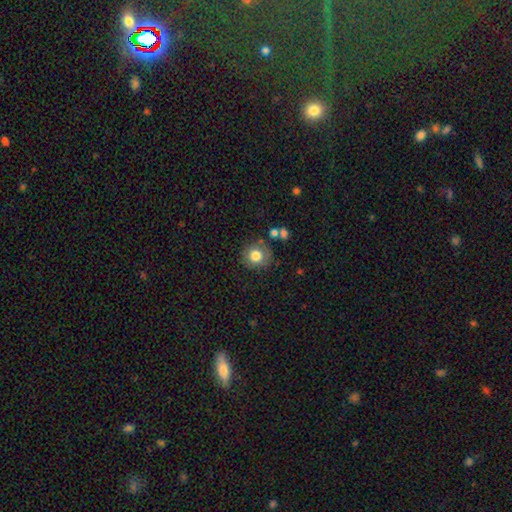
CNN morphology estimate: smooth_or_featured: smooth (p=0.79) [alt: featured or disk p=0.11]
how_rounded: round (p=0.88) [alt: in between p=0.11]
merging: none (p=0.76) [alt: minor disturbance p=0.14]